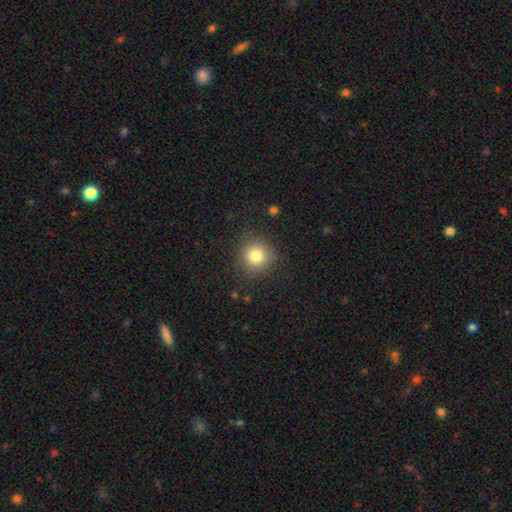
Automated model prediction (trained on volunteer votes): Smooth or featured: smooth — 81% (star or artifact — 12%)
How rounded: round — 90% (in between — 9%)
Merging: none — 84% (minor disturbance — 11%)